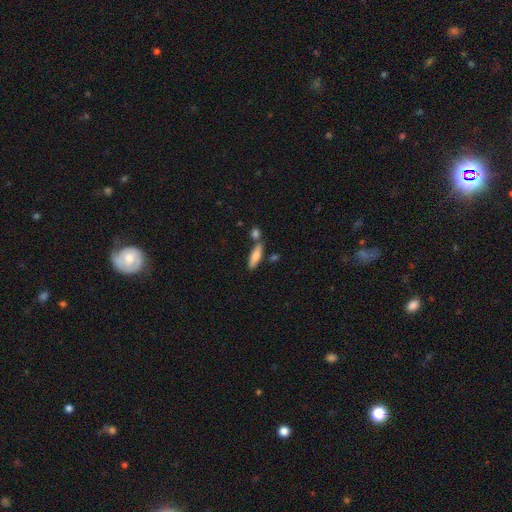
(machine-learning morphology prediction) Smooth or featured? smooth (76%)
How rounded? cigar-shaped (60%)
Merging? none (66%)